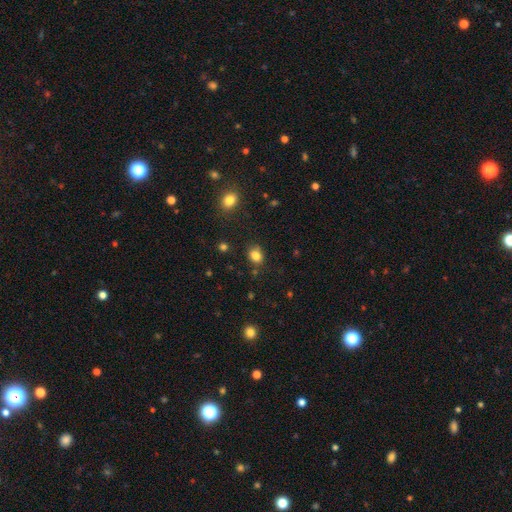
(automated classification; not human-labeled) smooth 83%, star or artifact 12%, featured or disk 5%. Down the decision tree: how rounded — round (54%); merging — none (80%).